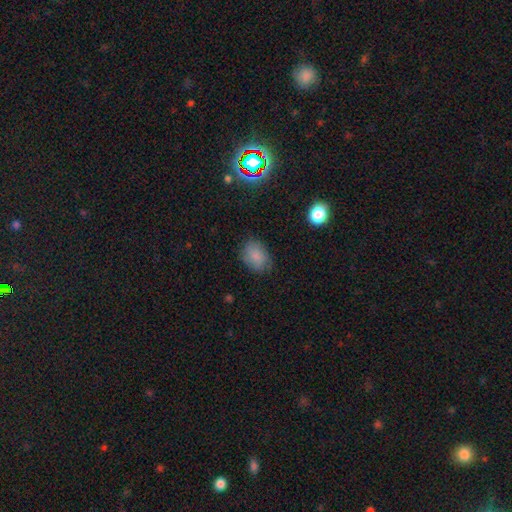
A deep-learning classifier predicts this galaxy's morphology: A smooth galaxy with no disk features (84%) that is in between round and cigar-shaped (73%). Merging: none (77%).